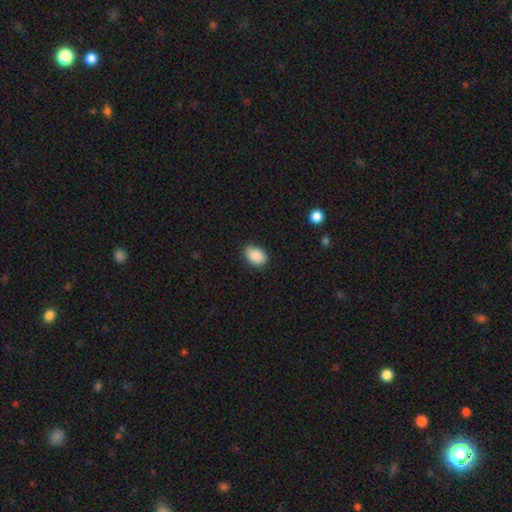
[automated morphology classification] Smooth or featured: smooth — 88% (star or artifact — 8%)
How rounded: in between — 83% (round — 16%)
Merging: none — 72% (minor disturbance — 23%)